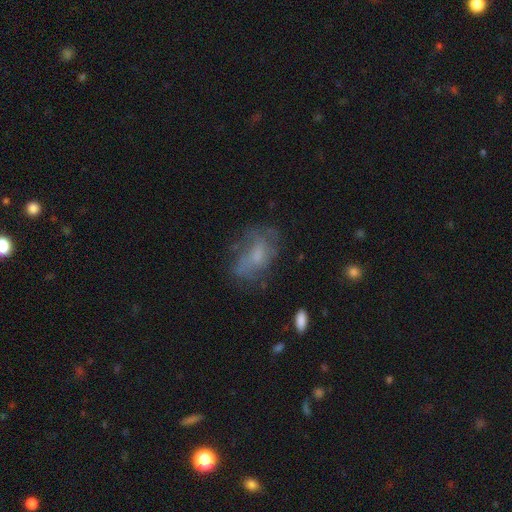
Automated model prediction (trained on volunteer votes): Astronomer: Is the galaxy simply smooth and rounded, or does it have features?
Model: featured or disk — 46% (runner-up: smooth, 42%).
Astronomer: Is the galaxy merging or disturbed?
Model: none — 49% (runner-up: minor disturbance, 25%).